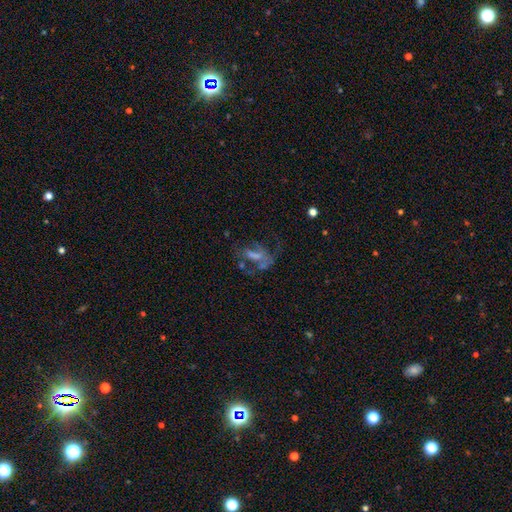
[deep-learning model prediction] Smooth or featured? featured or disk (53%)
Edge-on disk? no (94%)
Bar? no (52%)
Spiral arms? no (61%)
Bulge size? none (51%)
Merging? major disturbance (43%)